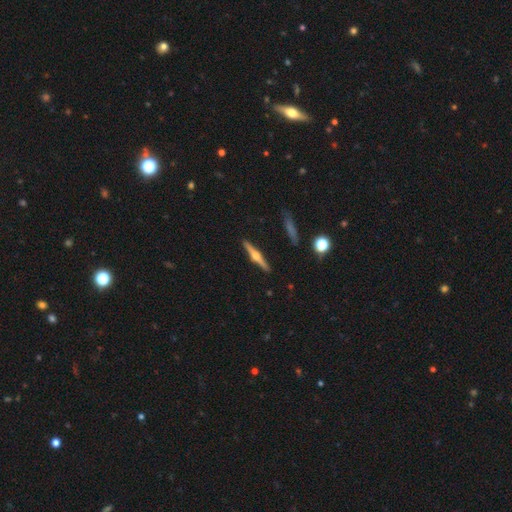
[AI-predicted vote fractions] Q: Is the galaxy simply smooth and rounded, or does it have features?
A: featured or disk — 78%.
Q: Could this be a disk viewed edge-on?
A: yes — 98%.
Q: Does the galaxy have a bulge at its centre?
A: rounded — 95%.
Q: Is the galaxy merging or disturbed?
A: none — 91%.